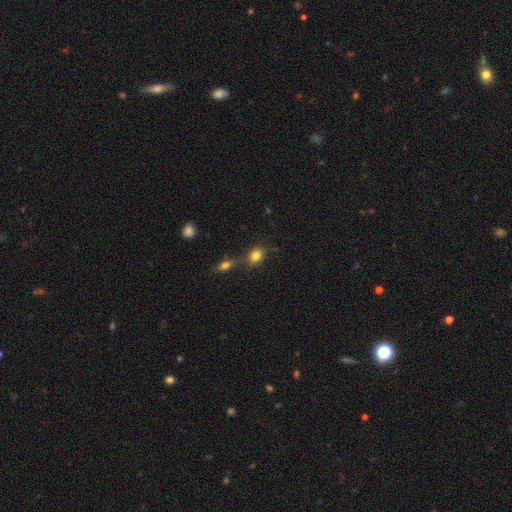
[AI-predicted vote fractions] Overall: smooth (81%). How rounded: in between (50%; round 48%). Merging: none (62%).